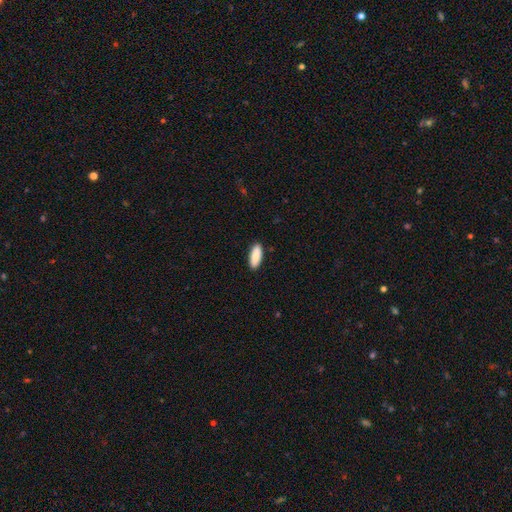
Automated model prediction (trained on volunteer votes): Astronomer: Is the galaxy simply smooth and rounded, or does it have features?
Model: smooth — 87%.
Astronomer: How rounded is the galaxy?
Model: in between — 76%.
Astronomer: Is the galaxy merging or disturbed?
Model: none — 89%.